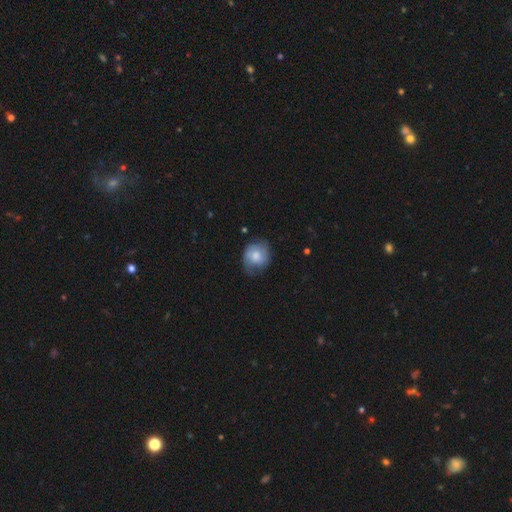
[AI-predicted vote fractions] Overall: smooth (68%). How rounded: round (68%; in between 31%). Merging: none (56%; minor disturbance 32%).